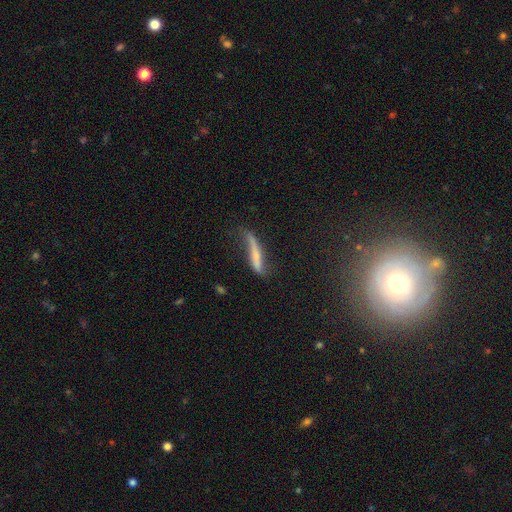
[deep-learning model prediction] smooth_or_featured: smooth (p=0.47) [alt: featured or disk p=0.45]
merging: none (p=0.43) [alt: minor disturbance p=0.30]